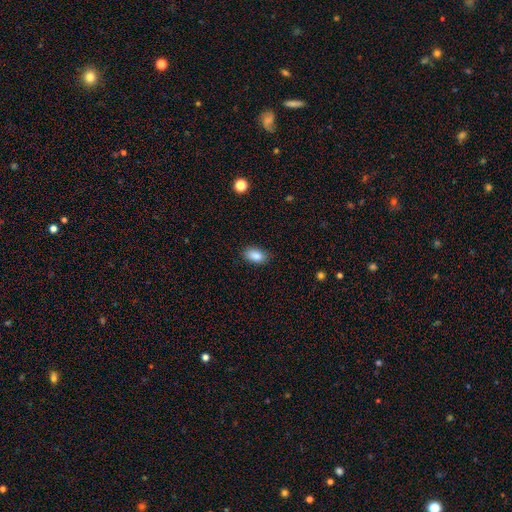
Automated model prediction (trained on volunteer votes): The model was most divided on "merging": none: 84%, minor disturbance: 12%, major disturbance: 3%, merger: 1%. More confident: how rounded — in between (90%); smooth or featured — smooth (88%).